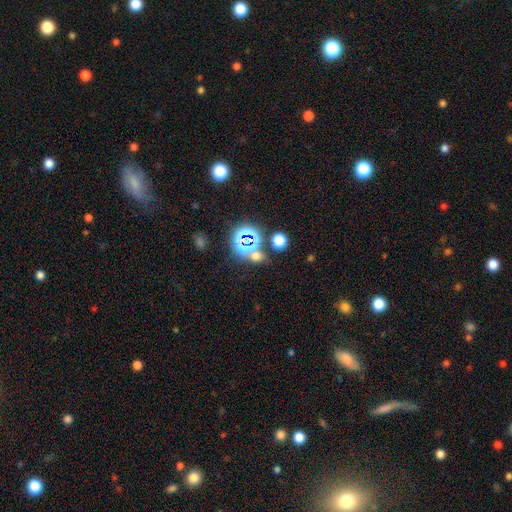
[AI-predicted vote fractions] A smooth galaxy with no disk features (49%). Merging: none (68%).